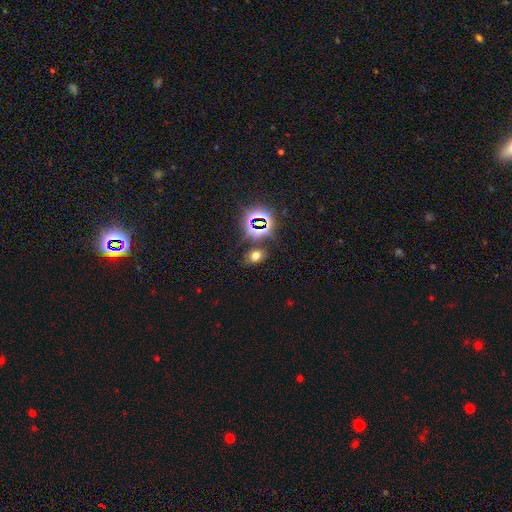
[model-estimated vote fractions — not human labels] The model was most divided on "smooth or featured": smooth: 59%, star or artifact: 31%, featured or disk: 10%. More confident: merging — none (79%); how rounded — in between (69%).